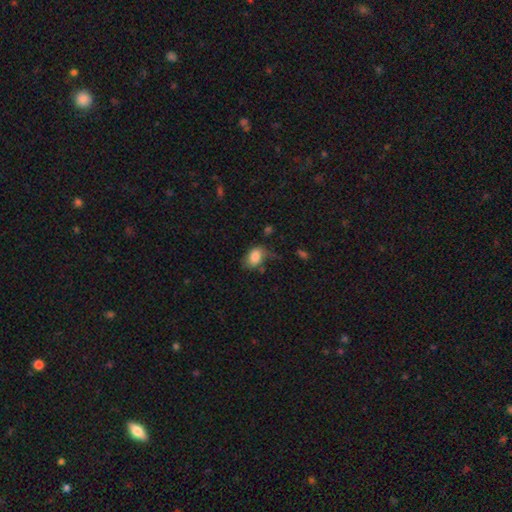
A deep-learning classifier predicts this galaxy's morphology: The model was most divided on "merging": none: 55%, minor disturbance: 30%, major disturbance: 12%, merger: 4%. More confident: how rounded — in between (83%); smooth or featured — smooth (82%).